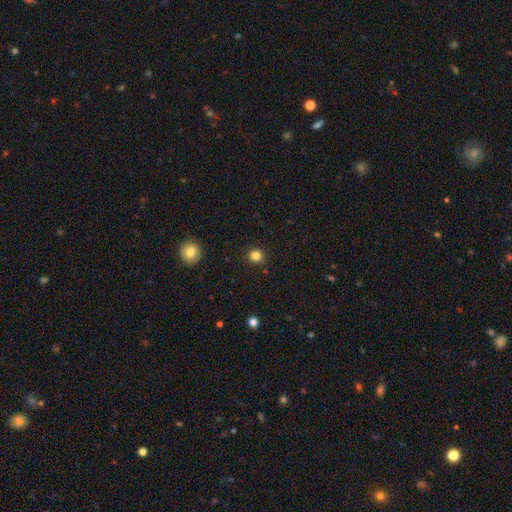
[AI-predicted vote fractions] Overall: smooth (82%). How rounded: round (92%). Merging: none (92%).